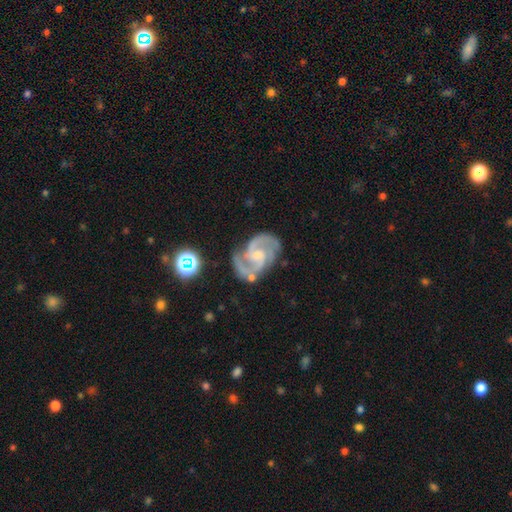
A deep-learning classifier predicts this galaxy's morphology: A featured or disk galaxy (91%) with no bar (47%), 2 (84%) medium (59%) spiral arms (98%) and a small central bulge (61%).

Vote fractions:
- Smooth or featured? featured or disk: 91% / star or artifact: 5% / smooth: 4%
- Edge-on disk? no: 98% / yes: 2%
- Bar? no: 47% / weak: 43% / strong: 10%
- Spiral arms? yes: 98% / no: 2%
- Spiral winding? medium: 59% / tight: 32% / loose: 9%
- Spiral arm count? 2: 84% / 3: 9% / can't tell: 3% / 1: 2% / 4: 2% / more than 4: 1%
- Bulge size? small: 61% / moderate: 29% / none: 8% / large: 1% / dominant: 1%
- Merging? none: 70% / minor disturbance: 19% / major disturbance: 7% / merger: 4%